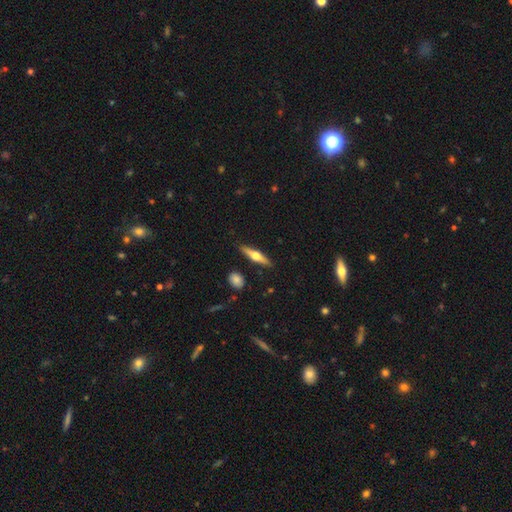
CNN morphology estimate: Overall: featured or disk (62%; smooth 33%). Edge-on disk: yes (96%). Edge-on bulge: rounded (95%). Merging: none (88%).